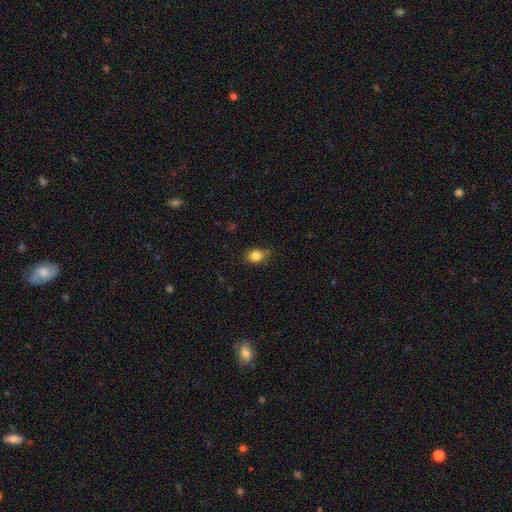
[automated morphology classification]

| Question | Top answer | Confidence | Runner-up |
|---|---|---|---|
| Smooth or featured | smooth | 83% | star or artifact (11%) |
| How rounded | round | 53% | in between (45%) |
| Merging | none | 73% | minor disturbance (21%) |